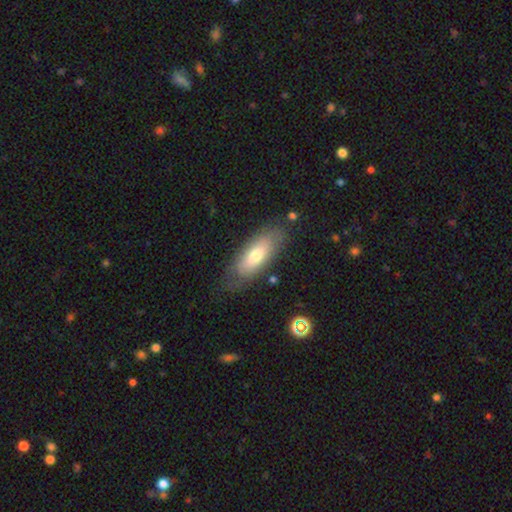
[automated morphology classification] smooth-or-featured: smooth: 64% | featured or disk: 30% | star or artifact: 7%
  how-rounded: in between: 78% | cigar-shaped: 19% | round: 2%
  merging: none: 73% | minor disturbance: 19% | major disturbance: 6% | merger: 2%